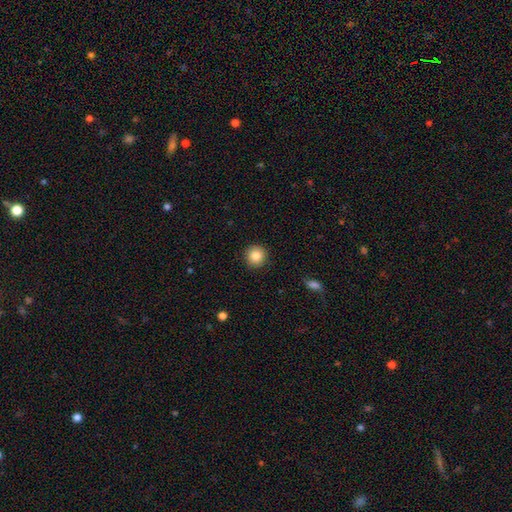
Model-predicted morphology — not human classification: Overall: smooth (86%). How rounded: round (93%). Merging: none (91%).